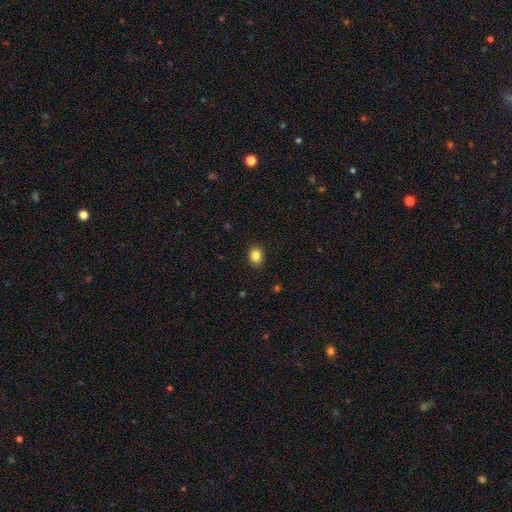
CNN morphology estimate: Smooth or featured?
  - smooth: 85% *
  - star or artifact: 9%
  - featured or disk: 5%
How rounded?
  - in between: 65% *
  - round: 34%
  - cigar-shaped: 1%
Merging?
  - none: 89% *
  - minor disturbance: 8%
  - major disturbance: 2%
  - merger: 1%